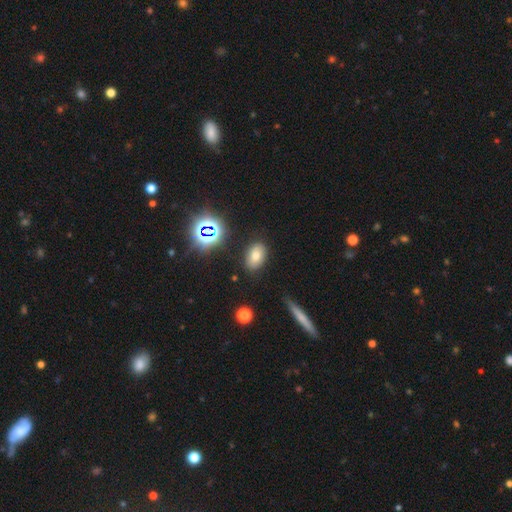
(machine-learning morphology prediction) The model was most divided on "smooth or featured": smooth: 70%, star or artifact: 16%, featured or disk: 13%. More confident: how rounded — in between (85%); merging — none (84%).